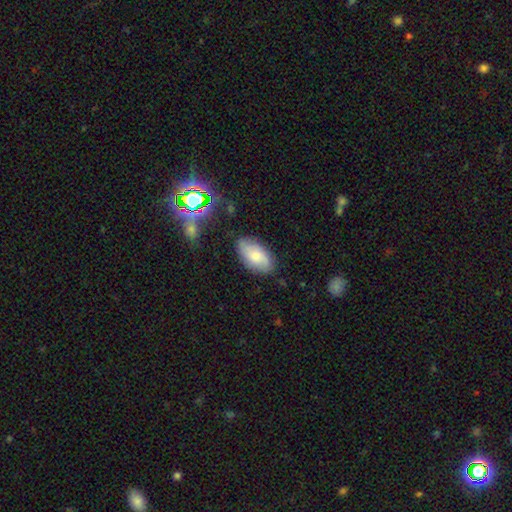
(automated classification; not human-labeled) Morphology: type=smooth (67%); roundness=in between (94%); merging=none (77%).